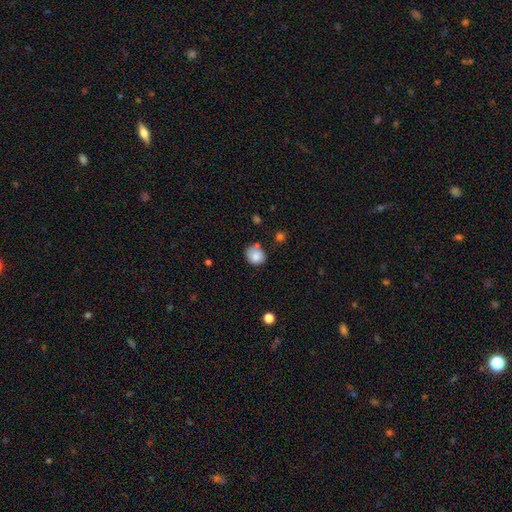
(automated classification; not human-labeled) The model was most divided on "merging": none: 61%, minor disturbance: 24%, merger: 9%, major disturbance: 6%. More confident: smooth or featured — smooth (83%); how rounded — round (78%).